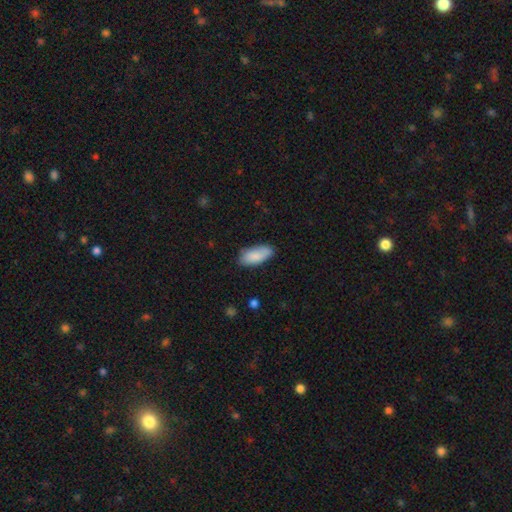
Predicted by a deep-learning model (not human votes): Smooth or featured?
  - smooth: 84% *
  - featured or disk: 11%
  - star or artifact: 6%
How rounded?
  - in between: 89% *
  - cigar-shaped: 9%
  - round: 2%
Merging?
  - none: 75% *
  - minor disturbance: 20%
  - major disturbance: 3%
  - merger: 2%